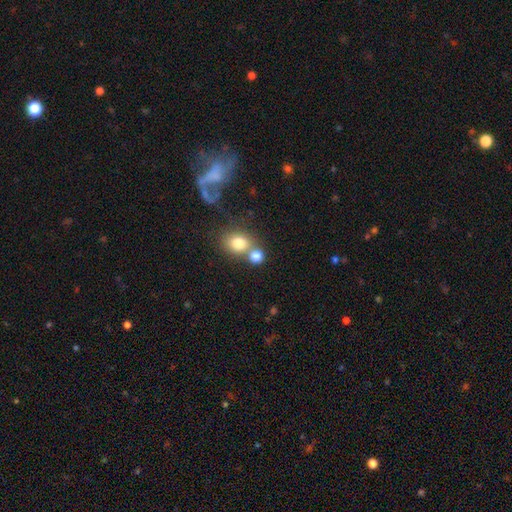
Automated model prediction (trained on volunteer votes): smooth 79%, star or artifact 12%, featured or disk 9%. Down the decision tree: how rounded — round (78%); merging — none (46%).